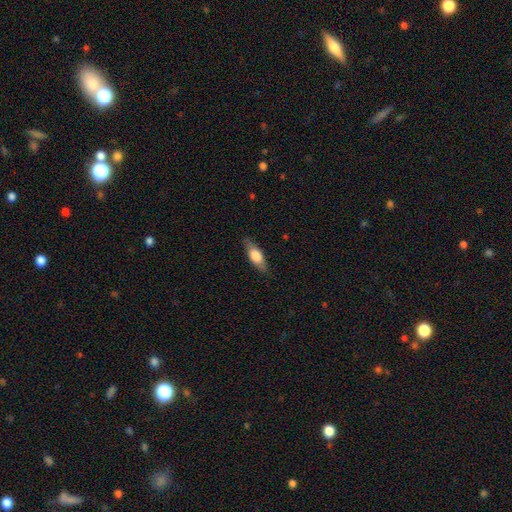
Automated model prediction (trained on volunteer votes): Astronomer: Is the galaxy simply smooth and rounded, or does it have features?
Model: smooth — 66%.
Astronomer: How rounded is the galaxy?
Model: in between — 64%.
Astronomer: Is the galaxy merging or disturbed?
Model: none — 83%.